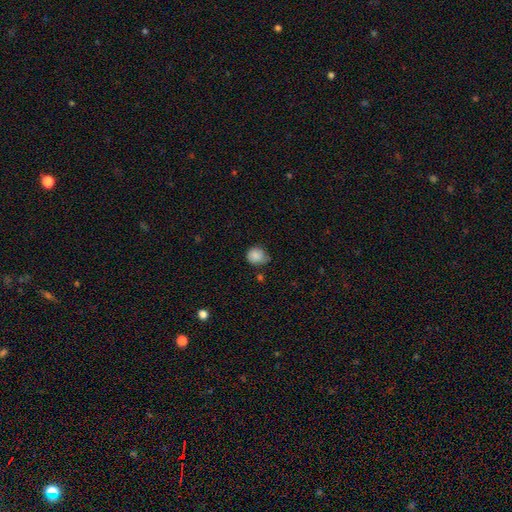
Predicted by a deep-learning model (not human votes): Smooth or featured?
  - smooth: 84% *
  - star or artifact: 9%
  - featured or disk: 7%
How rounded?
  - round: 77% *
  - in between: 22%
  - cigar-shaped: 1%
Merging?
  - none: 58% *
  - minor disturbance: 33%
  - major disturbance: 6%
  - merger: 3%